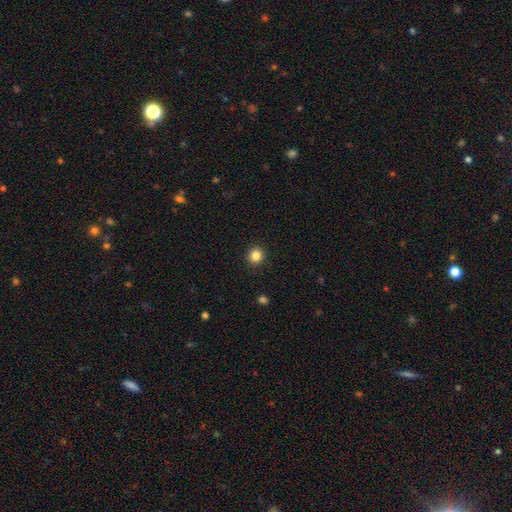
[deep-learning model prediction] Smooth or featured?
  - smooth: 84% *
  - star or artifact: 11%
  - featured or disk: 4%
How rounded?
  - round: 92% *
  - in between: 7%
  - cigar-shaped: 1%
Merging?
  - none: 92% *
  - minor disturbance: 6%
  - major disturbance: 2%
  - merger: 1%